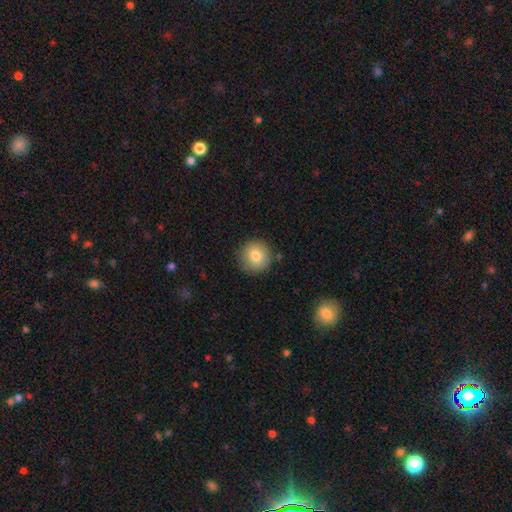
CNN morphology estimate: smooth_or_featured: smooth (p=0.80) [alt: featured or disk p=0.11]
how_rounded: round (p=0.94) [alt: in between p=0.05]
merging: none (p=0.85) [alt: minor disturbance p=0.11]